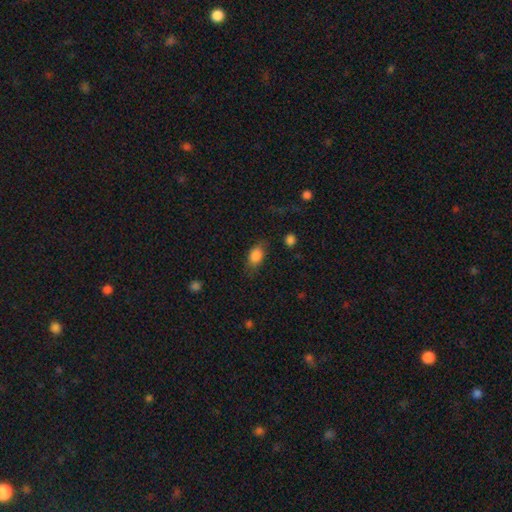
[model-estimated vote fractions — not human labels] smooth 85%, star or artifact 8%, featured or disk 7%. Down the decision tree: how rounded — in between (86%); merging — none (76%).